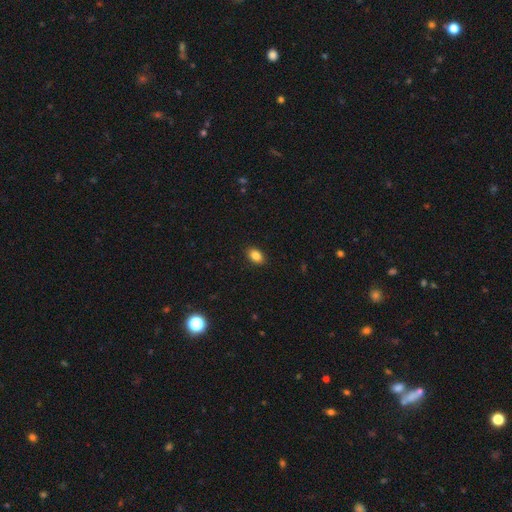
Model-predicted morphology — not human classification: Overall: smooth (85%). How rounded: in between (83%). Merging: none (90%).